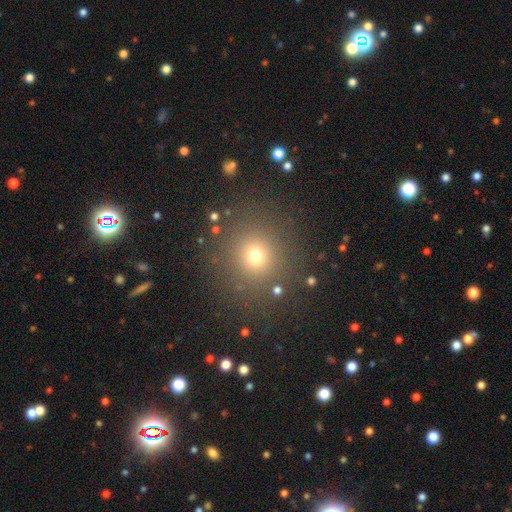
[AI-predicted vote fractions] smooth_or_featured: smooth (p=0.68) [alt: star or artifact p=0.24]
how_rounded: round (p=0.92) [alt: in between p=0.07]
merging: none (p=0.87) [alt: minor disturbance p=0.07]